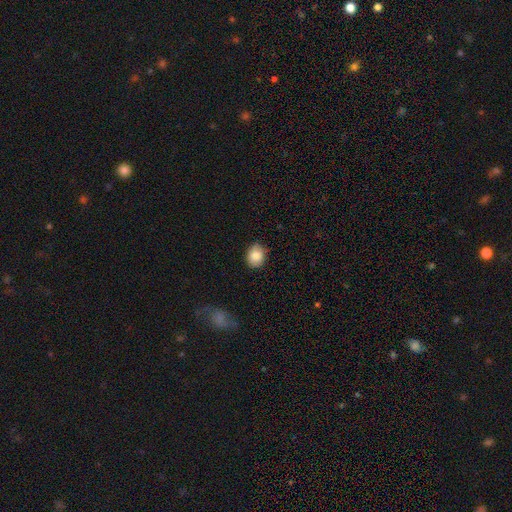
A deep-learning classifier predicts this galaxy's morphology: Smooth or featured? smooth (83%)
How rounded? round (55%)
Merging? none (83%)